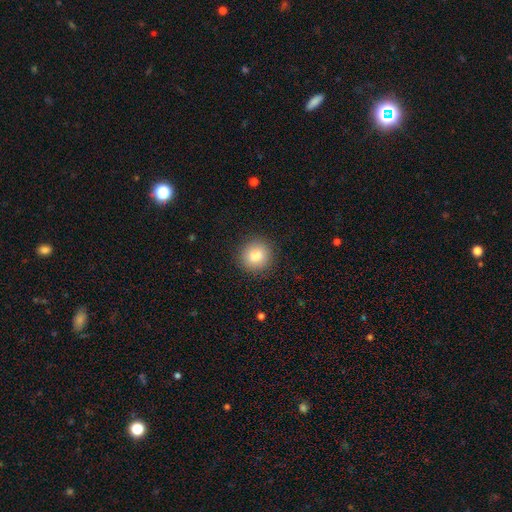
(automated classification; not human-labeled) A smooth galaxy with no disk features (83%) that is round (90%).

Vote fractions:
- Smooth or featured? smooth: 83% / star or artifact: 9% / featured or disk: 8%
- How rounded? round: 90% / in between: 9% / cigar-shaped: 1%
- Merging? none: 90% / minor disturbance: 7% / major disturbance: 2% / merger: 1%